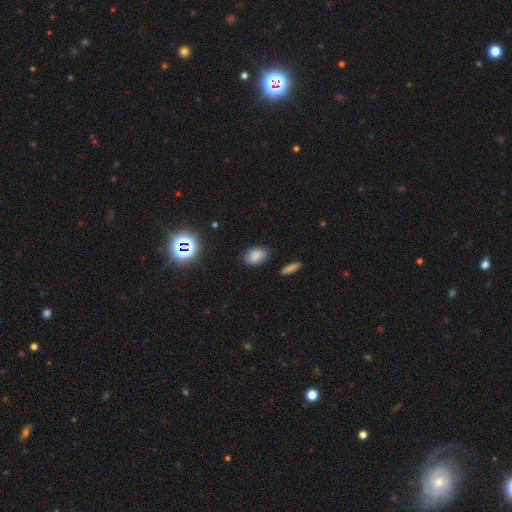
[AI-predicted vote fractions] smooth-or-featured: smooth: 82% | star or artifact: 12% | featured or disk: 6%
  how-rounded: in between: 82% | round: 17% | cigar-shaped: 1%
  merging: none: 86% | minor disturbance: 10% | major disturbance: 3% | merger: 2%